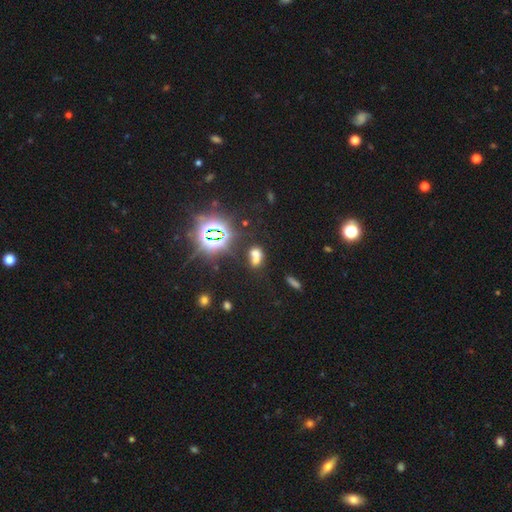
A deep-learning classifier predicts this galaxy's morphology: type=smooth (52%); roundness=in between (61%); merging=merger (57%).